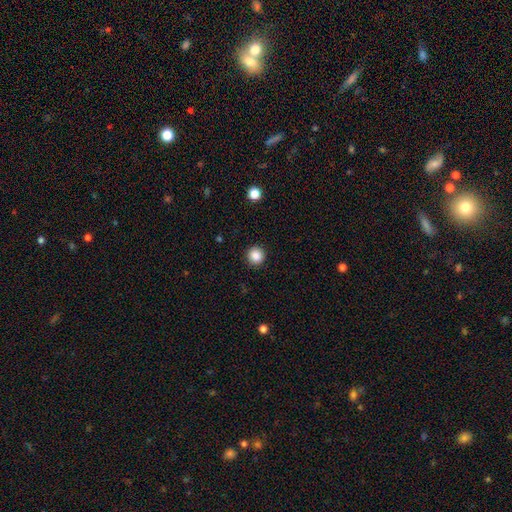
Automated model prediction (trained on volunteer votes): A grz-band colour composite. It shows a smooth galaxy with no disk features (87%) that is round (94%). Merging: none (92%).